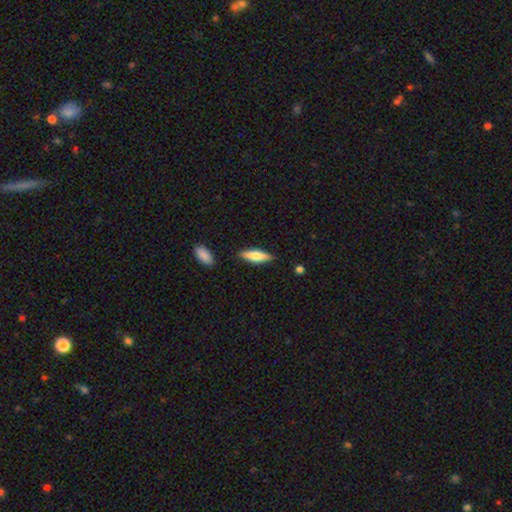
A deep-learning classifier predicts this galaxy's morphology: Smooth or featured? Predicted: smooth (p=0.70). How rounded? Predicted: cigar-shaped (p=0.57). Merging? Predicted: none (p=0.85).